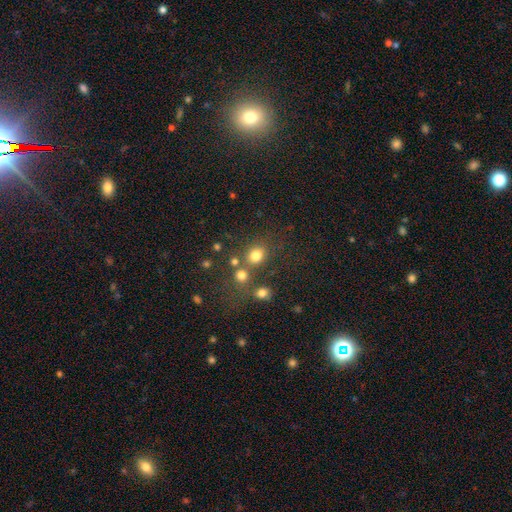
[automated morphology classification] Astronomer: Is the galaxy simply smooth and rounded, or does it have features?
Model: smooth — 77%.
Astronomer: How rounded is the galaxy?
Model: round — 63%.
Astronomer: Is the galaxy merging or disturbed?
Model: none — 61%.